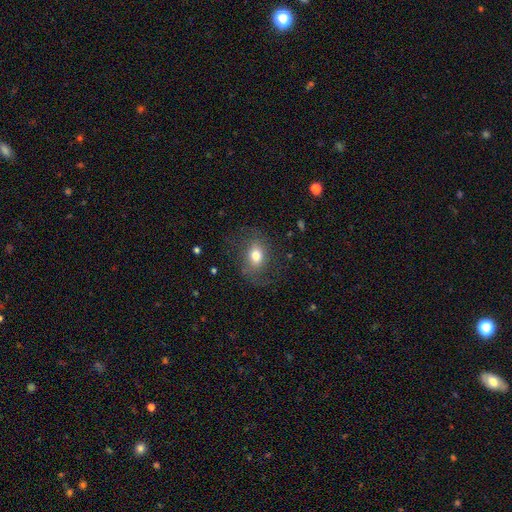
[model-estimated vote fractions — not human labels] Q: Smooth or featured?
A: smooth (64%); runner-up: featured or disk (26%)
Q: How rounded?
A: in between (66%); runner-up: round (32%)
Q: Merging?
A: none (64%); runner-up: minor disturbance (19%)